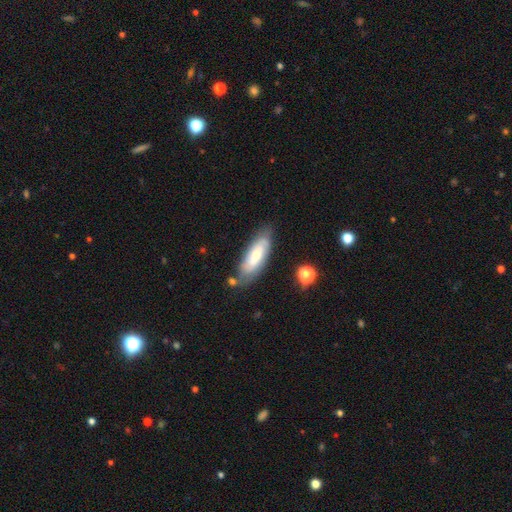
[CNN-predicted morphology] smooth-or-featured: smooth: 49% | featured or disk: 45% | star or artifact: 6%
  merging: none: 68% | minor disturbance: 21% | merger: 6% | major disturbance: 5%